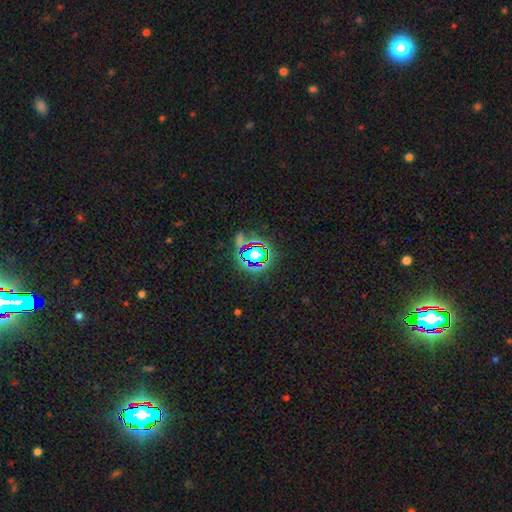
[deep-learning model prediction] Morphology: type=star or artifact (76%).